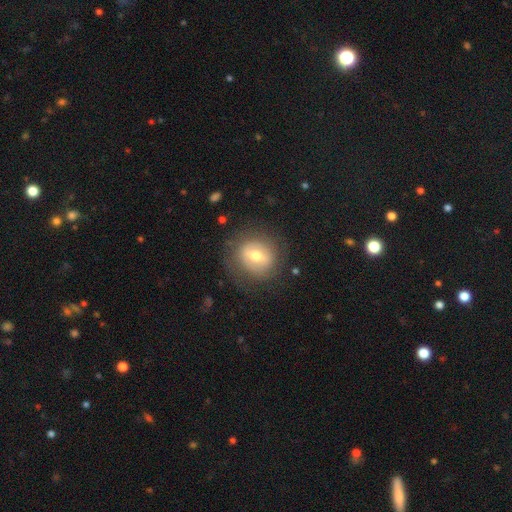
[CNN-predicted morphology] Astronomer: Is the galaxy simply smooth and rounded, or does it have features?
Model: featured or disk — 55% (runner-up: smooth, 37%).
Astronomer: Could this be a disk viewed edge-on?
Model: no — 93%.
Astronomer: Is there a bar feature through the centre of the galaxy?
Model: weak — 43% (runner-up: strong, 36%).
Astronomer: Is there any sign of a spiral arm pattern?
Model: no — 65%.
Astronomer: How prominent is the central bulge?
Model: moderate — 73%.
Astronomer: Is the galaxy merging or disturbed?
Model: none — 78%.